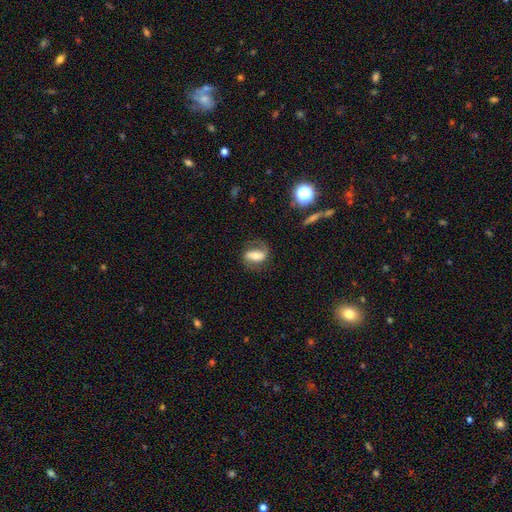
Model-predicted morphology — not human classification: A featured or disk galaxy (60%) with a strong bar (48%), spiral arms (85%) and a moderate central bulge (52%). Merging: none (68%).